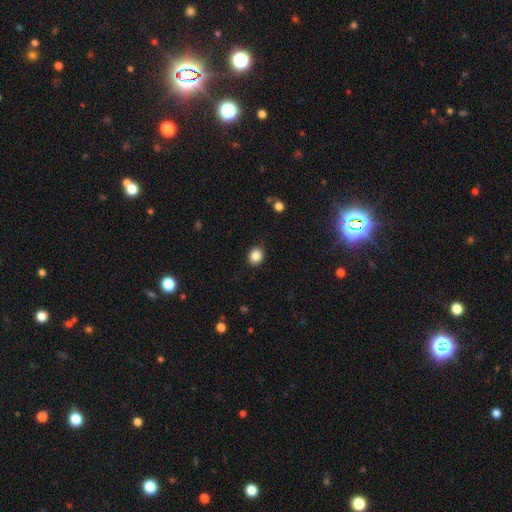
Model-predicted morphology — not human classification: Smooth or featured: smooth — 87% (star or artifact — 10%)
How rounded: round — 64% (in between — 35%)
Merging: none — 87% (minor disturbance — 10%)